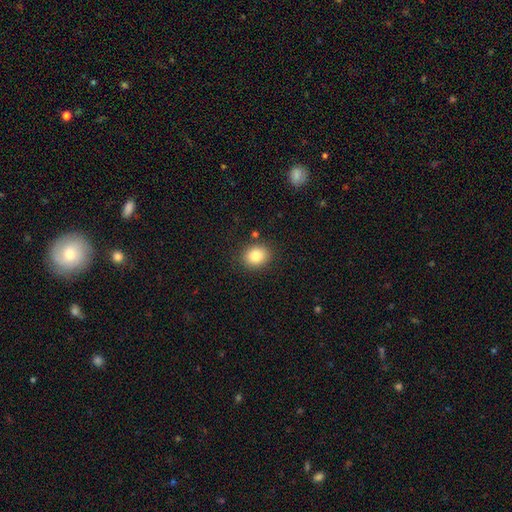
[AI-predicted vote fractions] Smooth or featured?
  - smooth: 82% *
  - star or artifact: 10%
  - featured or disk: 8%
How rounded?
  - round: 63% *
  - in between: 37%
  - cigar-shaped: 1%
Merging?
  - none: 86% *
  - minor disturbance: 9%
  - major disturbance: 3%
  - merger: 2%